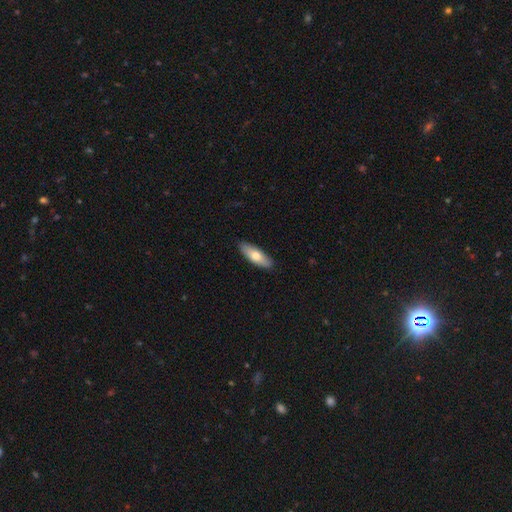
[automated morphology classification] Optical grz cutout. It shows a smooth galaxy with no disk features (67%) that is in between round and cigar-shaped (67%). Merging: none (89%).